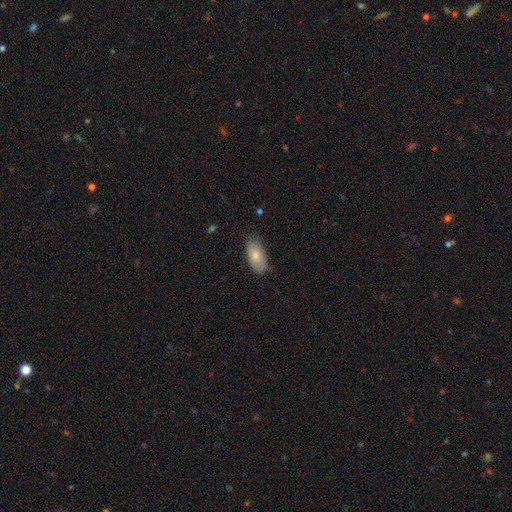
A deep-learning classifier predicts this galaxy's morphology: smooth-or-featured: smooth: 78% | featured or disk: 16% | star or artifact: 6%
  how-rounded: in between: 92% | cigar-shaped: 5% | round: 3%
  merging: none: 74% | minor disturbance: 22% | major disturbance: 3% | merger: 1%